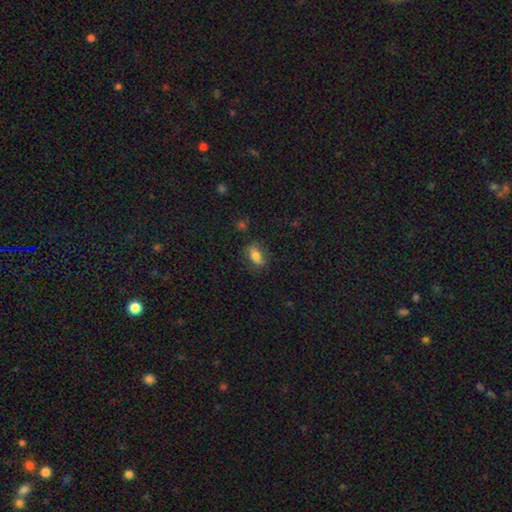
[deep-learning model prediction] The model was most divided on "smooth or featured": smooth: 75%, featured or disk: 15%, star or artifact: 10%. More confident: how rounded — in between (83%); merging — none (76%).